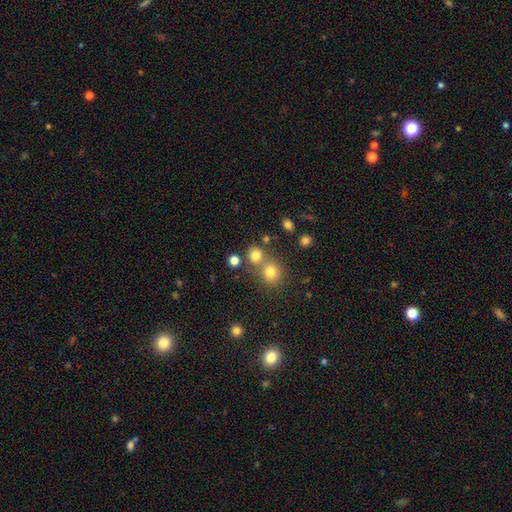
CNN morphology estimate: smooth-or-featured: smooth: 76% | star or artifact: 16% | featured or disk: 8%
  how-rounded: round: 83% | in between: 16% | cigar-shaped: 1%
  merging: none: 59% | merger: 31% | minor disturbance: 8% | major disturbance: 3%